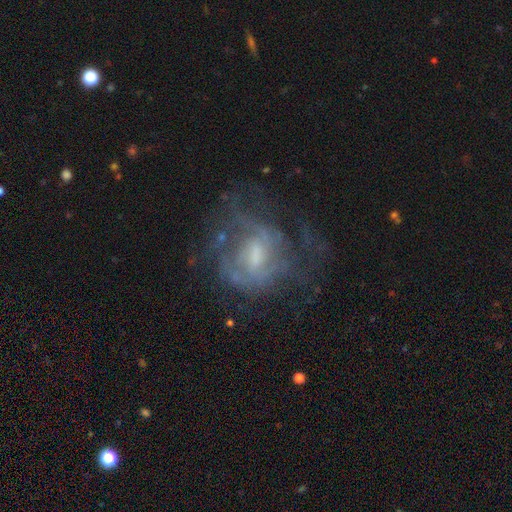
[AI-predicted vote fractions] This is likely a featured or disk galaxy (74%). It is clearly not viewed edge-on (97%). Bar: possibly weak (51%). Spiral arm pattern: likely yes (72%). Spiral arm count: possibly can't tell (46%). Spiral winding: marginally medium (42%). Central bulge: marginally moderate (40%). Merging: possibly none (51%).